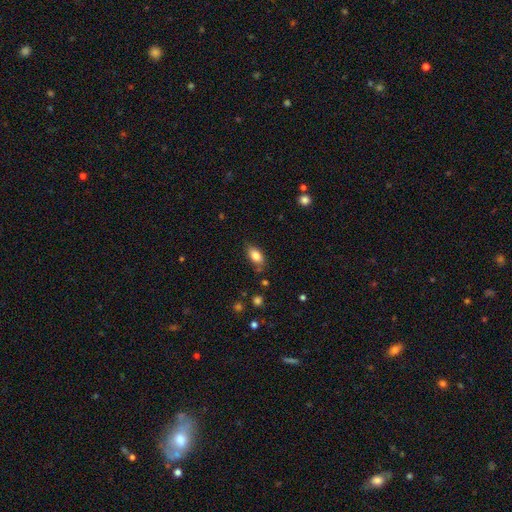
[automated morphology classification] The model was most divided on "merging": none: 76%, minor disturbance: 18%, major disturbance: 4%, merger: 3%. More confident: how rounded — in between (88%); smooth or featured — smooth (82%).